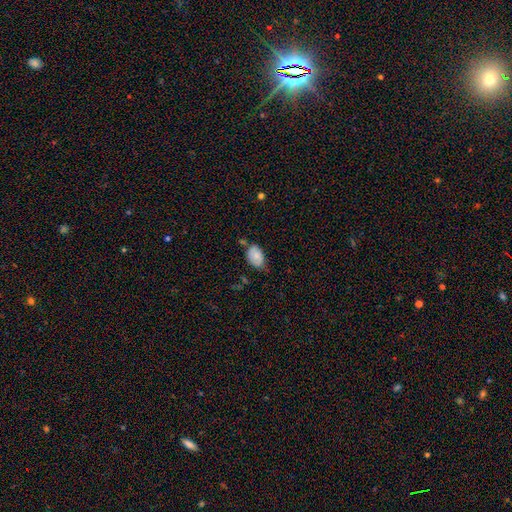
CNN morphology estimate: type=smooth (79%); roundness=in between (85%); merging=none (50%).